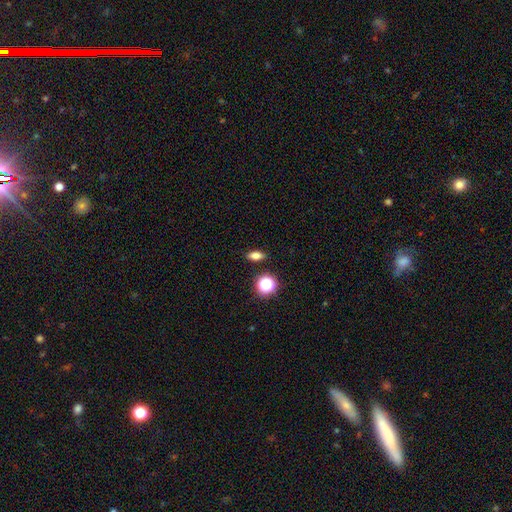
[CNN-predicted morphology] Overall: smooth (73%). How rounded: in between (69%). Merging: none (88%).